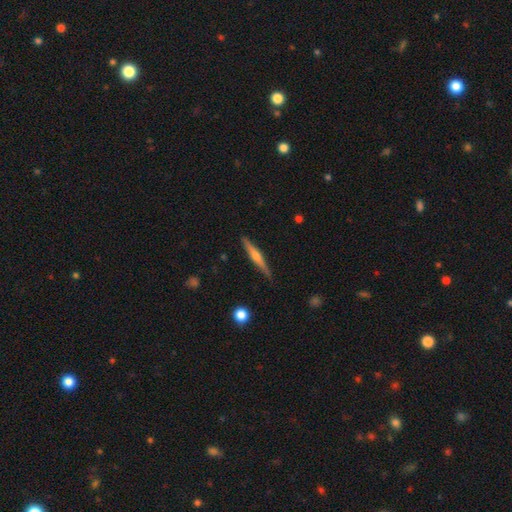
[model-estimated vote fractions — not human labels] Morphology: type=featured or disk (70%); edge-on=yes (98%); edge-on bulge=rounded (84%); merging=none (89%).